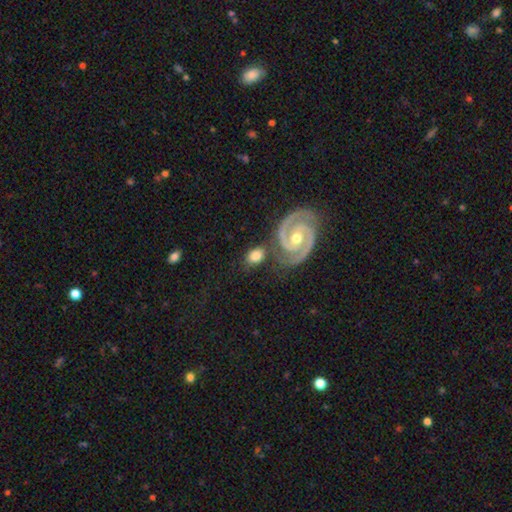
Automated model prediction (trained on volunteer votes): A smooth galaxy with no disk features (48%). Merging: none (64%).